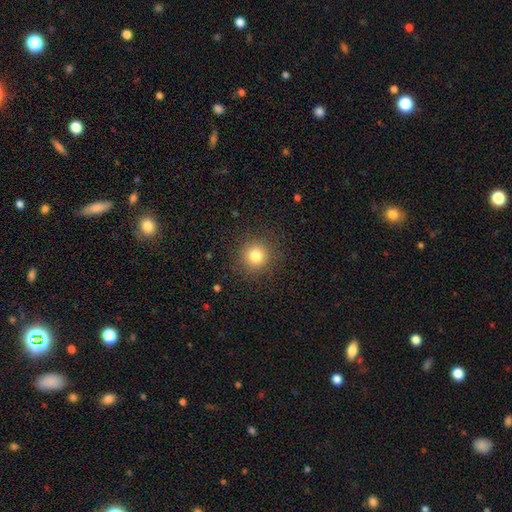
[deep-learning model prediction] Smooth or featured? Predicted: smooth (p=0.80). How rounded? Predicted: round (p=0.94). Merging? Predicted: none (p=0.89).